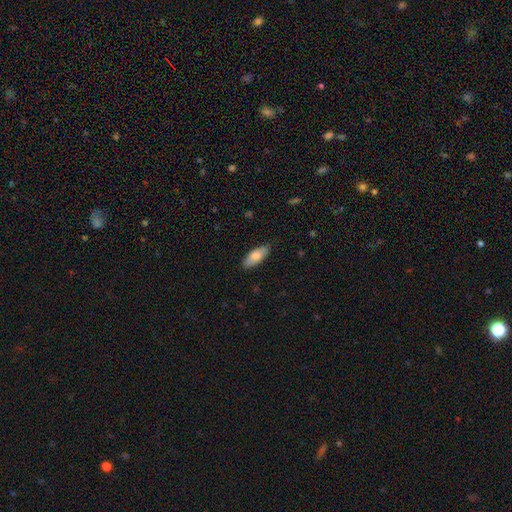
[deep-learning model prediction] Overall: smooth (77%). How rounded: in between (81%). Merging: none (83%).